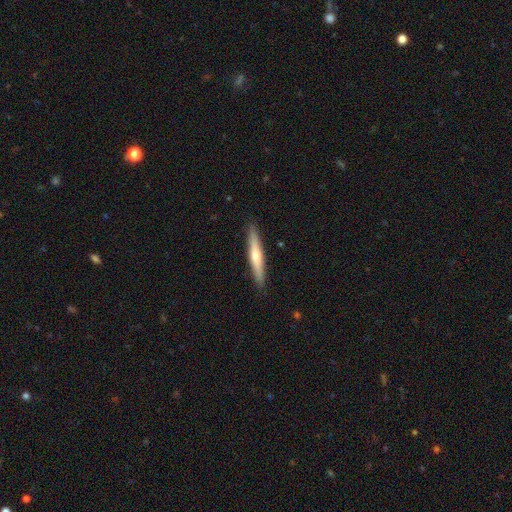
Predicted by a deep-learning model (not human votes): Smooth or featured? smooth (49%)
Merging? none (91%)